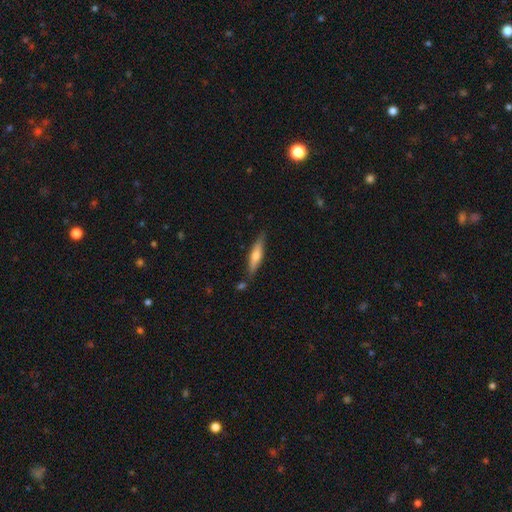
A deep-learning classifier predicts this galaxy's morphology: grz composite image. It shows a smooth galaxy with no disk features (48%). Merging: none (81%).